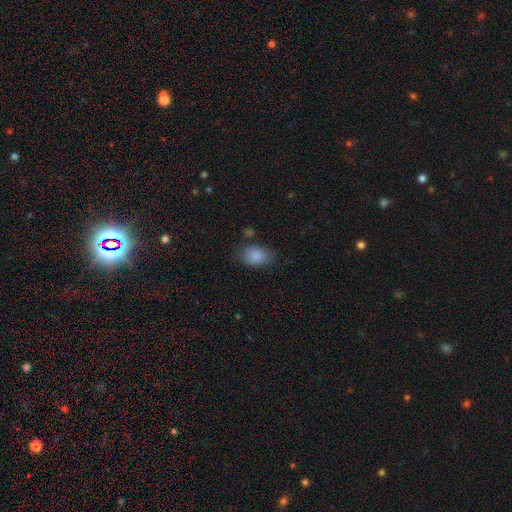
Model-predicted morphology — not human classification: Smooth or featured? Predicted: smooth (p=0.87). How rounded? Predicted: in between (p=0.79). Merging? Predicted: none (p=0.72).